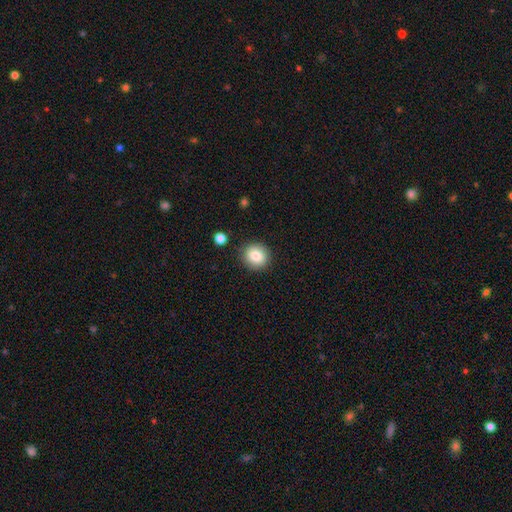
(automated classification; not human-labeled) A smooth galaxy with no disk features (84%) that is round (83%).

Vote fractions:
- Smooth or featured? smooth: 84% / star or artifact: 9% / featured or disk: 7%
- How rounded? round: 83% / in between: 16% / cigar-shaped: 1%
- Merging? none: 88% / minor disturbance: 7% / major disturbance: 2% / merger: 2%